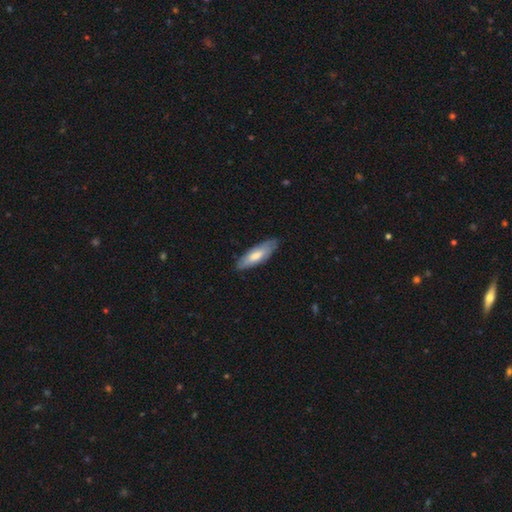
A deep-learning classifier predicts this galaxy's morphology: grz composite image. It shows a smooth galaxy with no disk features (69%) that is in between round and cigar-shaped (51%). Merging: none (80%).